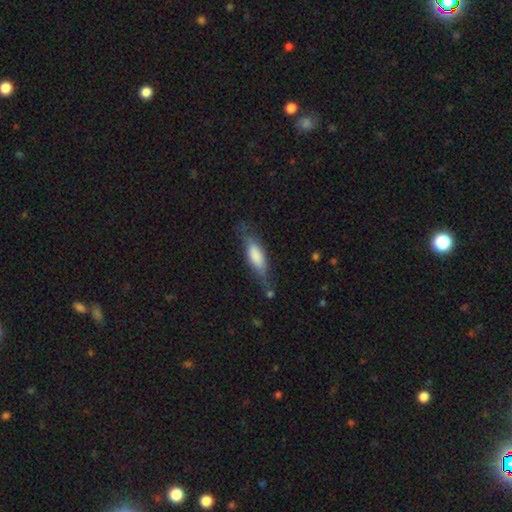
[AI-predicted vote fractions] Smooth or featured? Predicted: smooth (p=0.61). How rounded? Predicted: in between (p=0.53). Merging? Predicted: none (p=0.58).